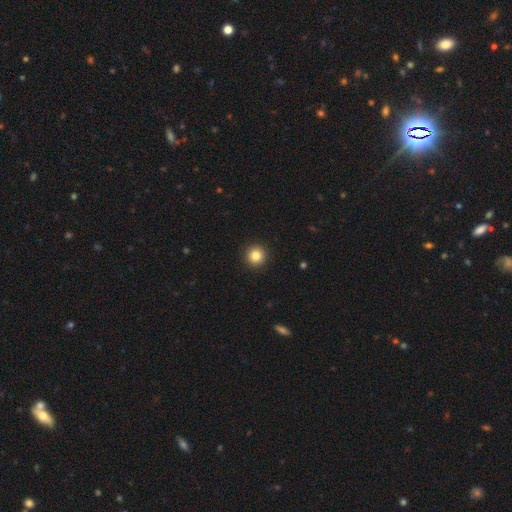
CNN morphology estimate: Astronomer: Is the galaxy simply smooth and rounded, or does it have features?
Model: smooth — 85%.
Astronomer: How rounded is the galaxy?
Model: round — 95%.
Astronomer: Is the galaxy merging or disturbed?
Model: none — 93%.